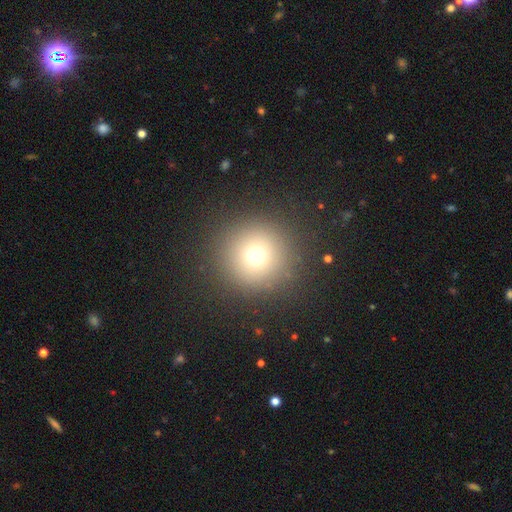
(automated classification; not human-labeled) smooth 70%, star or artifact 20%, featured or disk 10%. Down the decision tree: how rounded — round (95%); merging — none (90%).